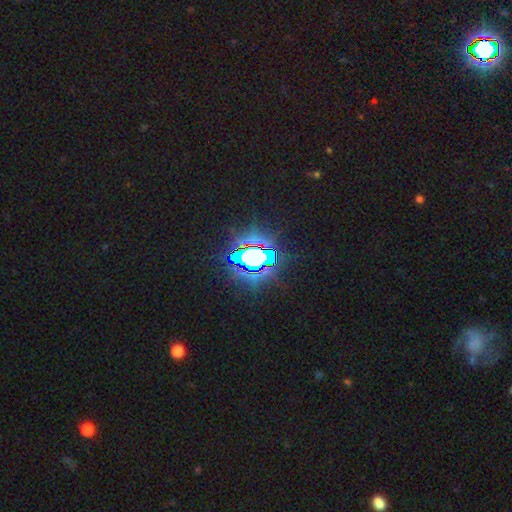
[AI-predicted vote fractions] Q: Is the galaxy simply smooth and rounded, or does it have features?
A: star or artifact — 73%.